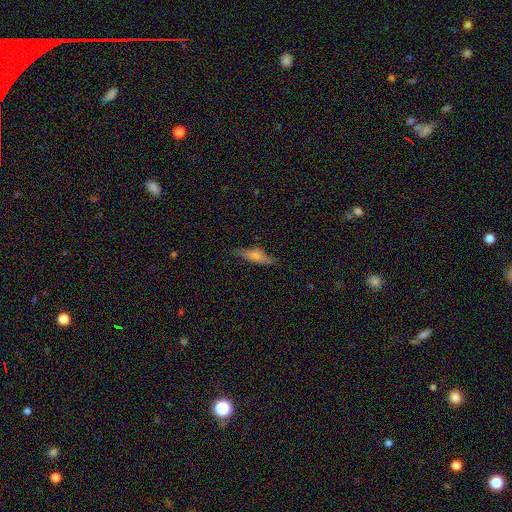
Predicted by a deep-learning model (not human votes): Overall: smooth (52%; featured or disk 39%). How rounded: cigar-shaped (56%; in between 41%). Merging: none (72%).